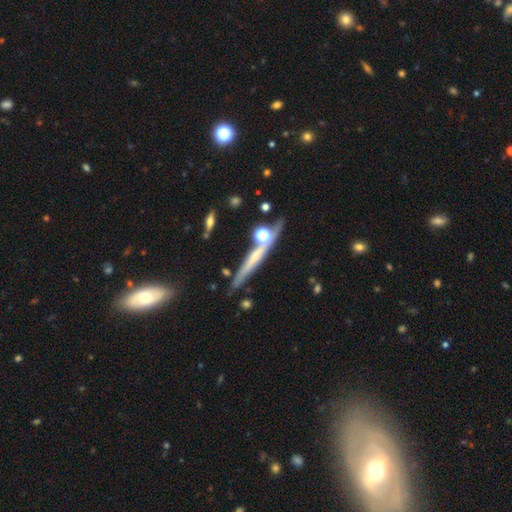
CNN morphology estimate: type=featured or disk (59%); edge-on=yes (92%); edge-on bulge=none (48%); merging=none (70%).